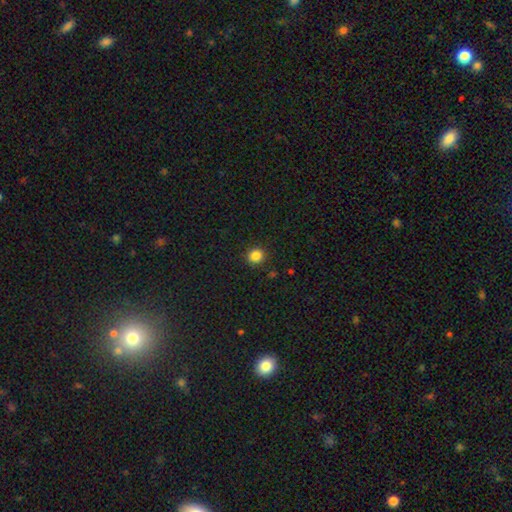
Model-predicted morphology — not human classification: A smooth galaxy with no disk features (84%) that is round (89%).

Vote fractions:
- Smooth or featured? smooth: 84% / star or artifact: 12% / featured or disk: 4%
- How rounded? round: 89% / in between: 10% / cigar-shaped: 1%
- Merging? none: 91% / minor disturbance: 6% / major disturbance: 2% / merger: 1%